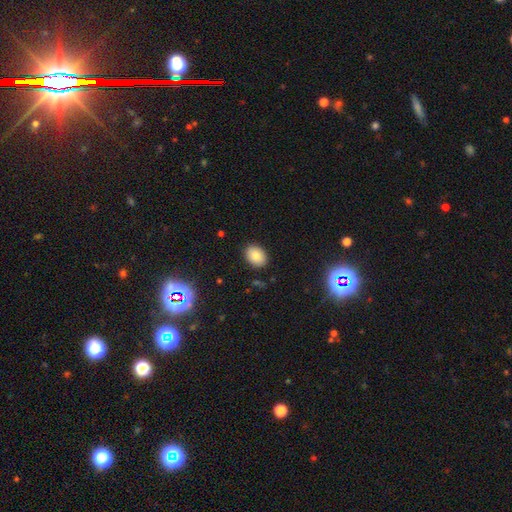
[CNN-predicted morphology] Q: Smooth or featured?
A: smooth (83%); runner-up: star or artifact (10%)
Q: How rounded?
A: in between (71%); runner-up: round (28%)
Q: Merging?
A: none (88%); runner-up: minor disturbance (9%)